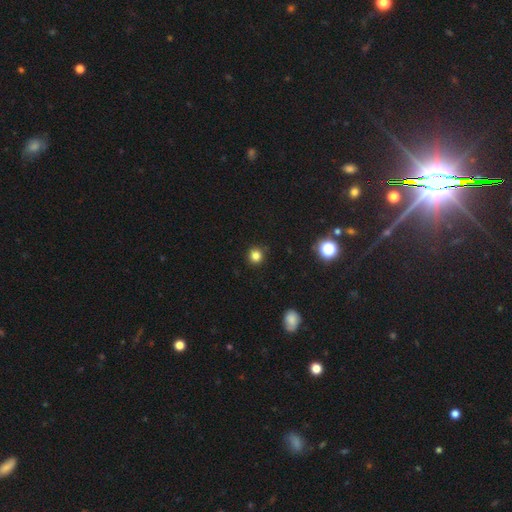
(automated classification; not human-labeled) This appears to be a smooth galaxy with no disk features (82%) that is round (93%). Merging: none (91%).